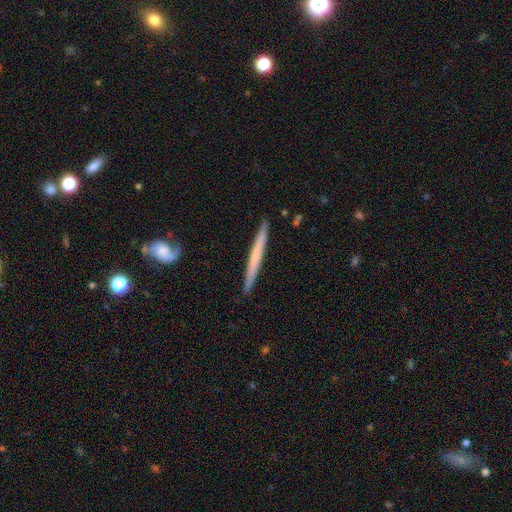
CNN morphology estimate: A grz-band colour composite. It shows a featured or disk galaxy (50%). Merging: none (90%).